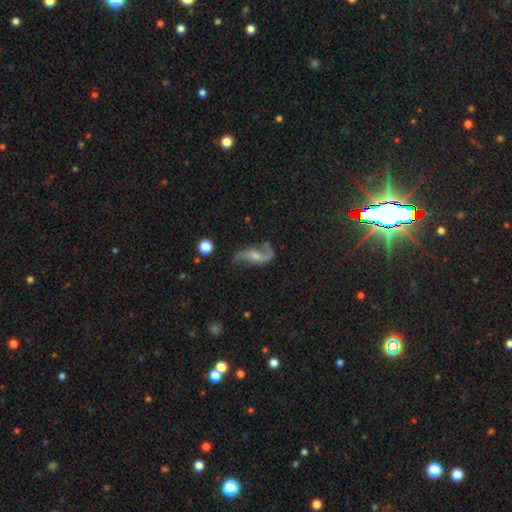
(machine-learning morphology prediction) smooth-or-featured: featured or disk: 82% | star or artifact: 9% | smooth: 9%
  disk-edge-on: no: 95% | yes: 5%
    bar: no: 50% | weak: 37% | strong: 13%
    has-spiral-arms: yes: 95% | no: 5%
      spiral-winding: loose: 78% | medium: 17% | tight: 5%
      spiral-arm-count: 2: 91% | 1: 3% | can't tell: 3% | 3: 1% | 4: 1% | more than 4: 1%
    bulge-size: small: 46% | moderate: 43% | none: 7% | large: 3% | dominant: 1%
  merging: none: 68% | minor disturbance: 18% | major disturbance: 11% | merger: 3%